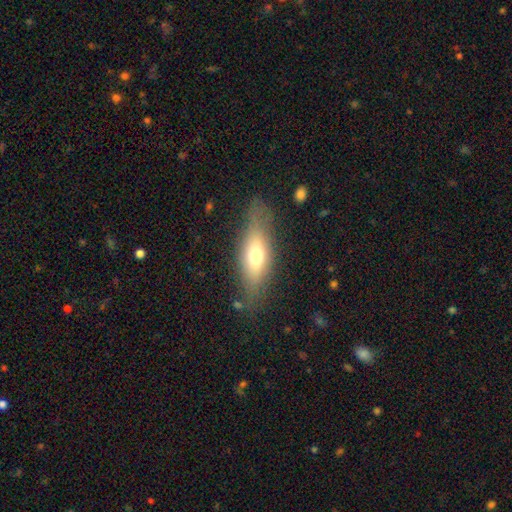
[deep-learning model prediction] Smooth or featured? Predicted: smooth (p=0.59). How rounded? Predicted: in between (p=0.59). Merging? Predicted: none (p=0.75).